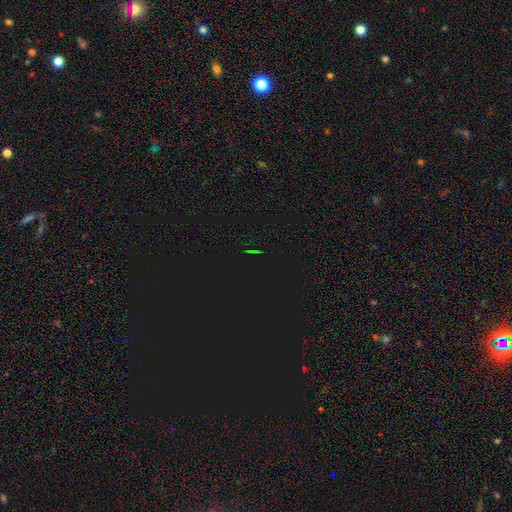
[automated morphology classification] smooth_or_featured: star or artifact (p=0.76) [alt: smooth p=0.13]